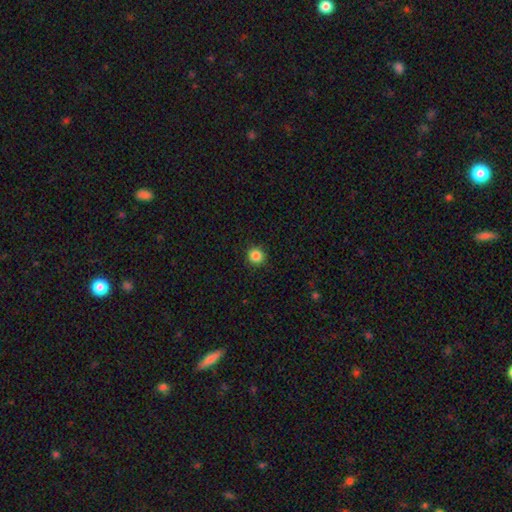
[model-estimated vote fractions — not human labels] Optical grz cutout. It shows a smooth galaxy with no disk features (86%) that is round (93%). Merging: none (92%).